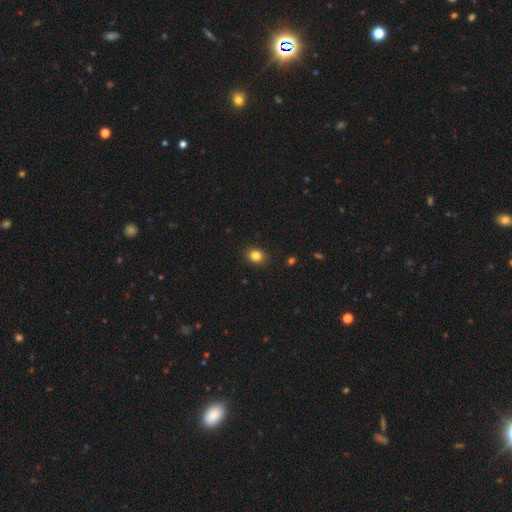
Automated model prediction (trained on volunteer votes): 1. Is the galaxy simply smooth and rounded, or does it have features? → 84% smooth, 11% star or artifact, 5% featured or disk.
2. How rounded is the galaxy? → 53% round, 46% in between, 1% cigar-shaped.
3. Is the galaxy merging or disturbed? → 90% none, 8% minor disturbance, 2% major disturbance, 1% merger.